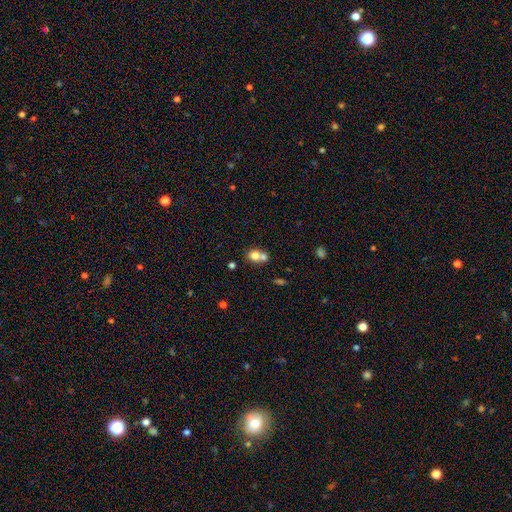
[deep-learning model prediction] Q: Smooth or featured?
A: smooth (75%); runner-up: featured or disk (14%)
Q: How rounded?
A: round (66%); runner-up: in between (33%)
Q: Merging?
A: merger (56%); runner-up: none (34%)